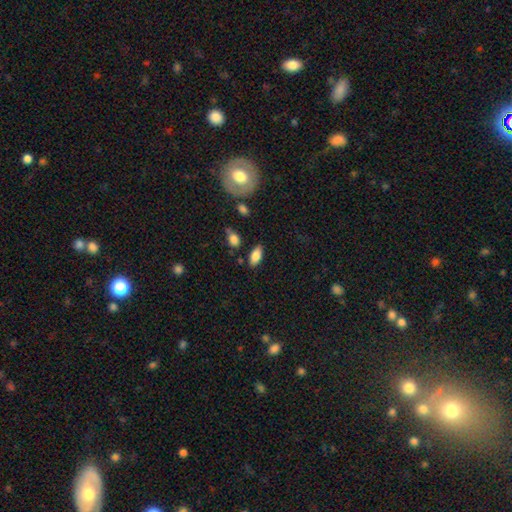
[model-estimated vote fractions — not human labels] The model was most divided on "merging": none: 81%, minor disturbance: 12%, merger: 4%, major disturbance: 3%. More confident: how rounded — in between (90%); smooth or featured — smooth (82%).